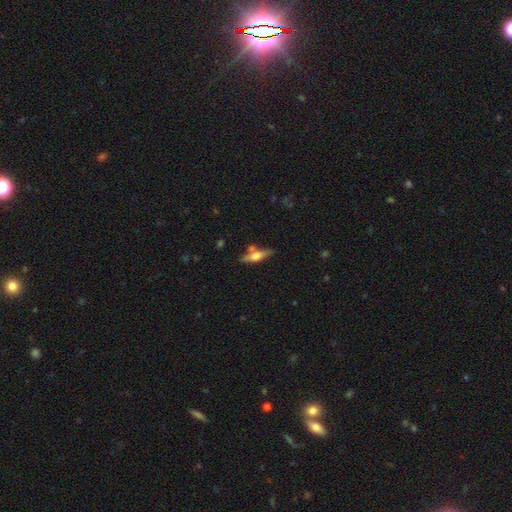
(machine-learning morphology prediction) Smooth or featured: featured or disk — 52% (smooth — 41%)
Edge-on disk: yes — 92% (no — 8%)
Merging: none — 70% (minor disturbance — 14%)